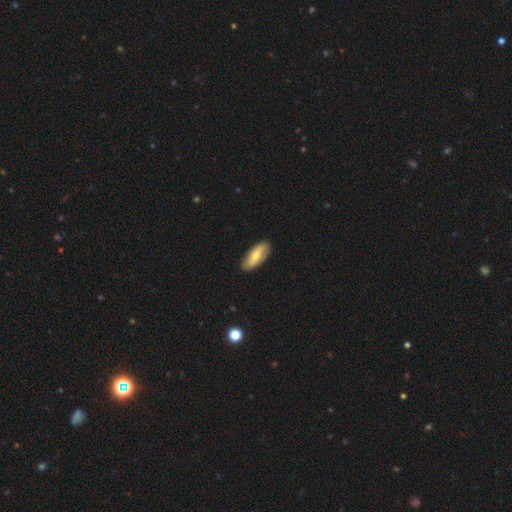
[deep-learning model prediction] This is possibly a smooth galaxy (52%). How rounded: clearly in between (84%). Merging: clearly none (87%).